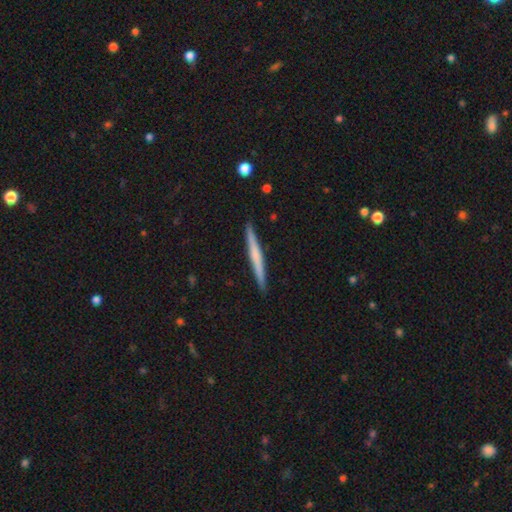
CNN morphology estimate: smooth_or_featured: smooth (p=0.50) [alt: featured or disk p=0.44]
how_rounded: cigar-shaped (p=0.97) [alt: in between p=0.02]
merging: none (p=0.91) [alt: minor disturbance p=0.06]